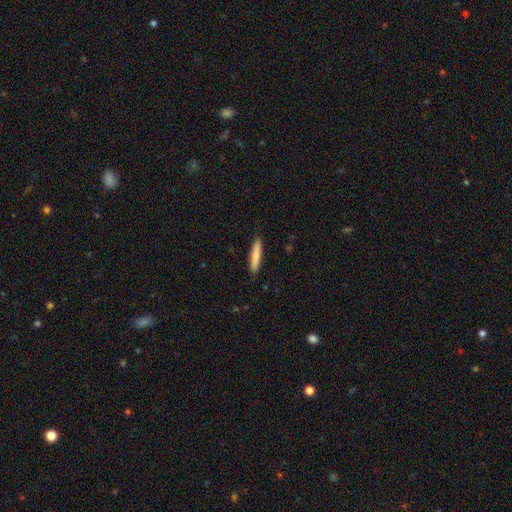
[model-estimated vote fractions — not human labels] This appears to be a smooth galaxy with no disk features (80%) that is cigar-shaped (90%). Merging: none (90%).